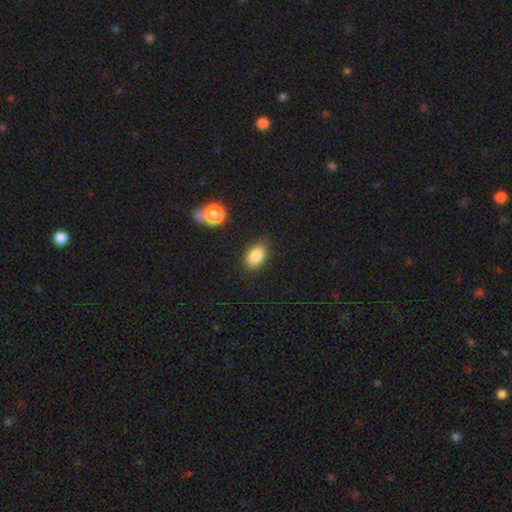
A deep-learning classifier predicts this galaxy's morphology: Smooth or featured: smooth — 85% (star or artifact — 9%)
How rounded: in between — 88% (round — 10%)
Merging: none — 83% (minor disturbance — 12%)